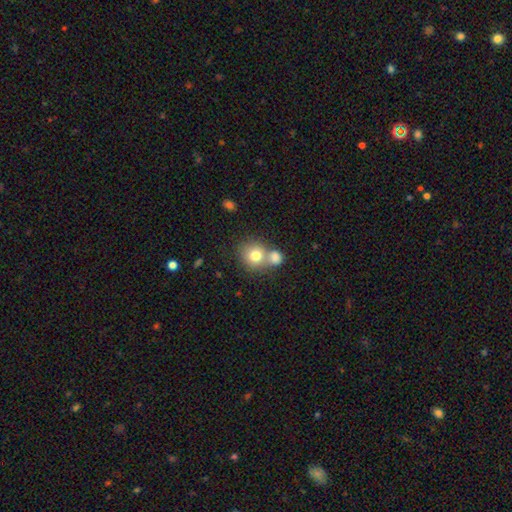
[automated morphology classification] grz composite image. It shows a smooth galaxy with no disk features (77%) that is round (81%). Merging: merger (45%).